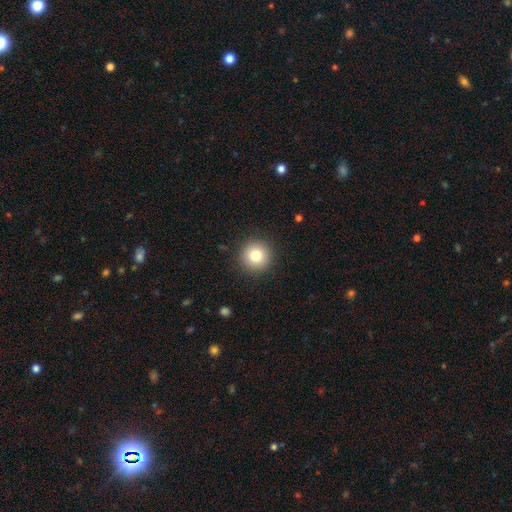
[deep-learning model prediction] Morphology: type=smooth (81%); roundness=round (95%); merging=none (91%).